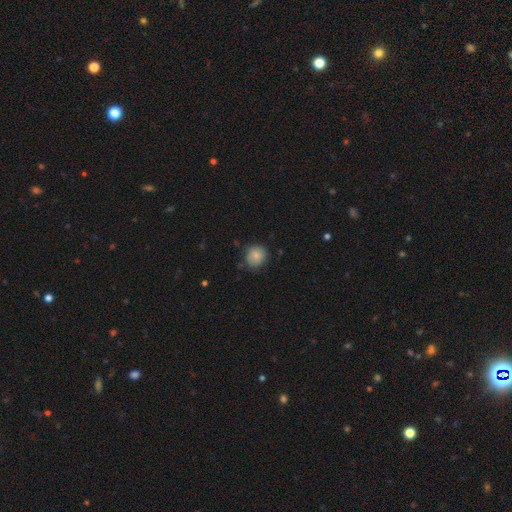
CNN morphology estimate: Smooth or featured? Predicted: smooth (p=0.83). How rounded? Predicted: round (p=0.83). Merging? Predicted: none (p=0.74).